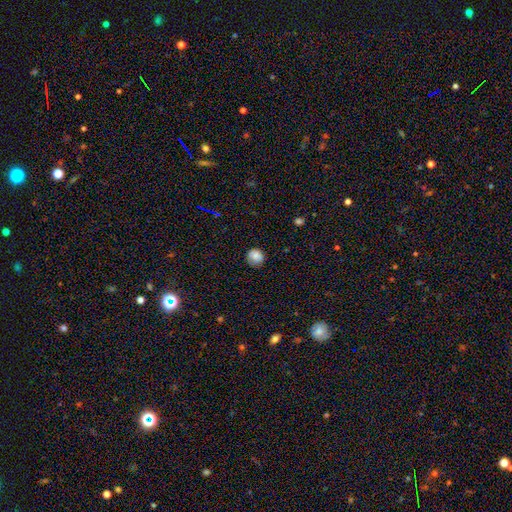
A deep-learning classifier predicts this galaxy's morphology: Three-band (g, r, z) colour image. It shows a smooth galaxy with no disk features (83%) that is round (85%). Merging: none (75%).